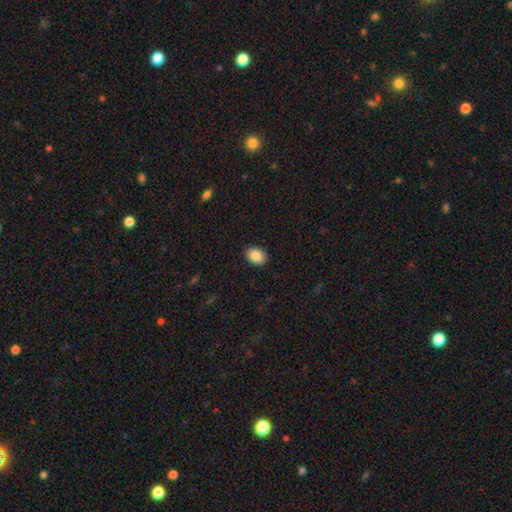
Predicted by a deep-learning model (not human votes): The model was most divided on "how rounded": in between: 75%, round: 24%, cigar-shaped: 1%. More confident: merging — none (90%); smooth or featured — smooth (88%).